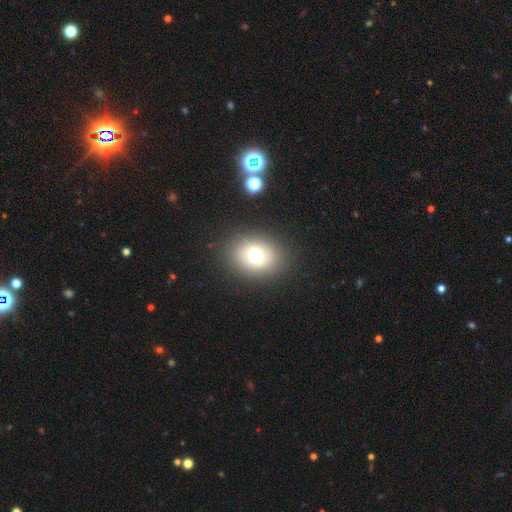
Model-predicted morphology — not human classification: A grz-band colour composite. It shows a smooth galaxy with no disk features (66%) that is in between round and cigar-shaped (55%). Merging: none (85%).